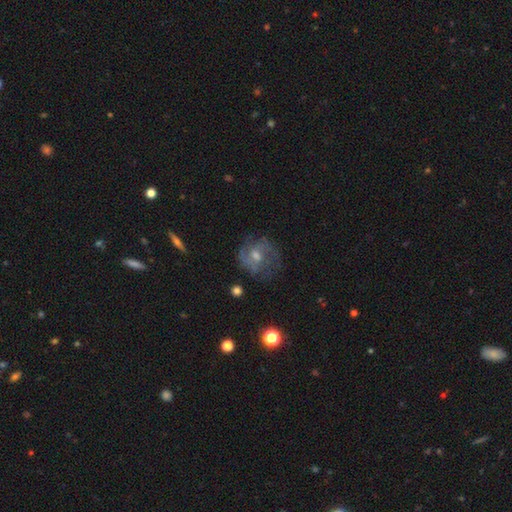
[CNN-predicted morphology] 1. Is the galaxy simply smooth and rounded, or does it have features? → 74% featured or disk, 15% smooth, 11% star or artifact.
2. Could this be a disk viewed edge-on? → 97% no, 3% yes.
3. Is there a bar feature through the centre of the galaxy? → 53% no, 40% weak, 8% strong.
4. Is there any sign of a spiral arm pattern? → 89% yes, 11% no.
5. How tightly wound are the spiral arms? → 46% medium, 36% tight, 18% loose.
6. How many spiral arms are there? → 40% 2, 26% can't tell, 21% 3, 5% 4, 5% 1, 4% more than 4.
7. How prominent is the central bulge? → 55% moderate, 37% small, 4% none, 4% large, 1% dominant.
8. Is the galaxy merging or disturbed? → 71% none, 17% minor disturbance, 10% major disturbance, 2% merger.